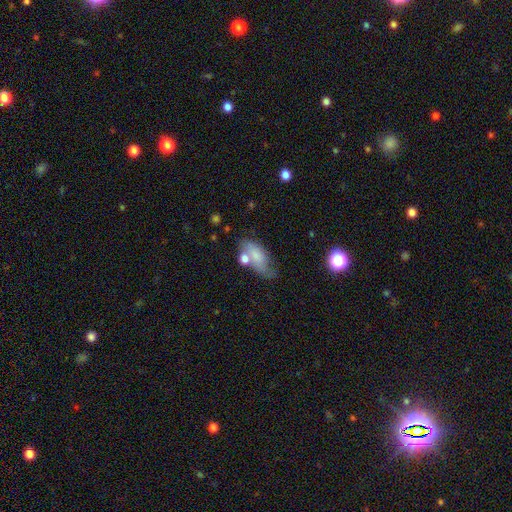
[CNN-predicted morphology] A smooth galaxy with no disk features (65%) that is in between round and cigar-shaped (86%). Merging: none (39%).